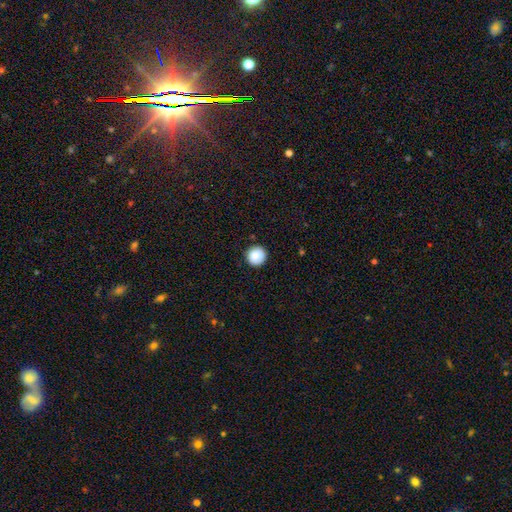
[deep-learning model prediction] Smooth or featured? Predicted: smooth (p=0.88). How rounded? Predicted: round (p=0.94). Merging? Predicted: none (p=0.88).